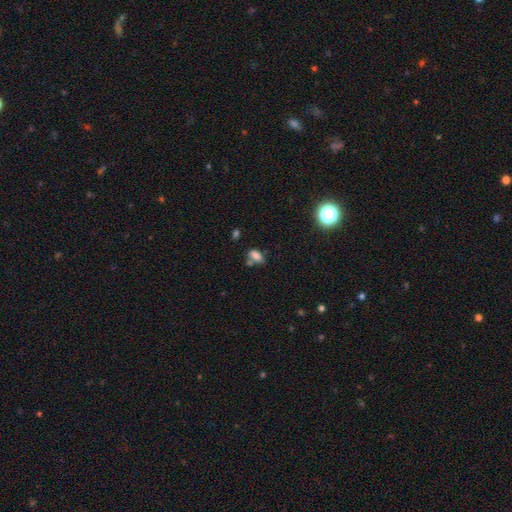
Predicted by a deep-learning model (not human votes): A smooth galaxy with no disk features (78%) that is in between round and cigar-shaped (86%).

Vote fractions:
- Smooth or featured? smooth: 78% / star or artifact: 13% / featured or disk: 9%
- How rounded? in between: 86% / round: 7% / cigar-shaped: 6%
- Merging? none: 52% / merger: 23% / minor disturbance: 19% / major disturbance: 7%